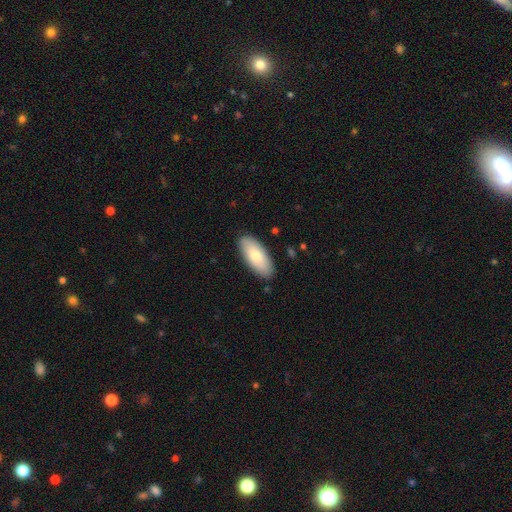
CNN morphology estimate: The model was most divided on "smooth or featured": smooth: 78%, featured or disk: 17%, star or artifact: 5%. More confident: merging — none (87%); how rounded — in between (87%).